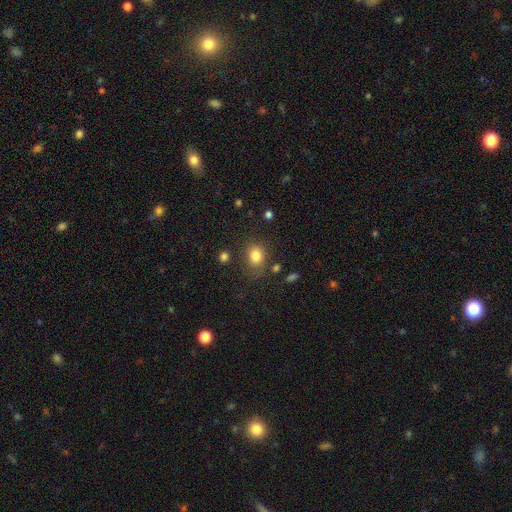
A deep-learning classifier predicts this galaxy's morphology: smooth-or-featured: smooth: 82% | star or artifact: 11% | featured or disk: 7%
  how-rounded: round: 51% | in between: 48% | cigar-shaped: 1%
  merging: none: 73% | minor disturbance: 17% | major disturbance: 7% | merger: 4%